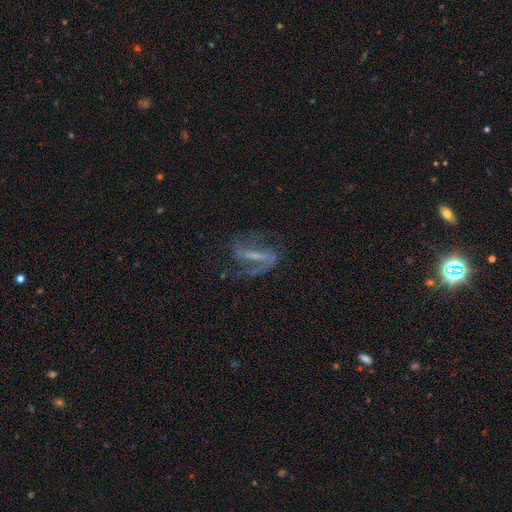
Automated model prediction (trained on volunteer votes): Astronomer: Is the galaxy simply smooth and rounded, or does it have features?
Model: featured or disk — 81%.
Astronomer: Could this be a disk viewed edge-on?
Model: no — 92%.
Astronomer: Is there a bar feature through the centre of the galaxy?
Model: strong — 62%.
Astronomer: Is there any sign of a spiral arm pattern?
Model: yes — 90%.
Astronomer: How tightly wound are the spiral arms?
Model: medium — 46% (runner-up: loose, 38%).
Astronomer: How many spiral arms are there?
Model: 2 — 84%.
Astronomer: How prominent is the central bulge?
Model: none — 43% (runner-up: small, 35%).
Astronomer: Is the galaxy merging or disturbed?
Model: none — 61%.